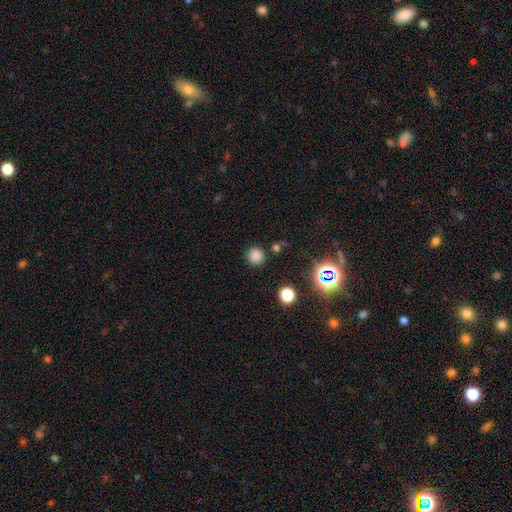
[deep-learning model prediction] smooth_or_featured: smooth (p=0.78) [alt: star or artifact p=0.18]
how_rounded: round (p=0.93) [alt: in between p=0.06]
merging: none (p=0.86) [alt: minor disturbance p=0.08]